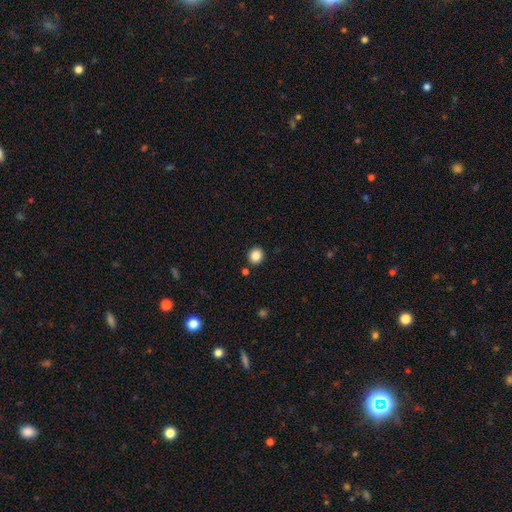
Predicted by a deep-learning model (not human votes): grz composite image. It shows a smooth galaxy with no disk features (85%) that is round (86%). Merging: none (89%).